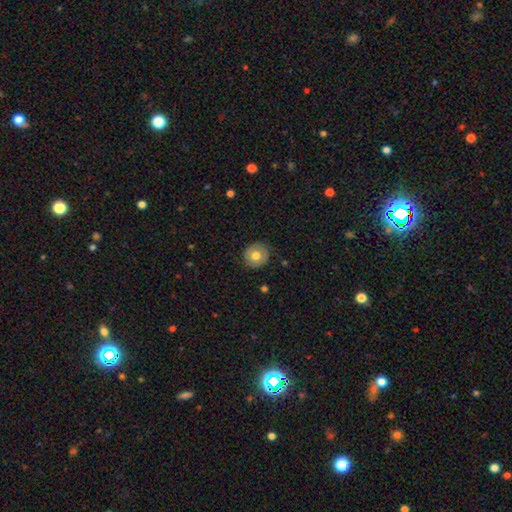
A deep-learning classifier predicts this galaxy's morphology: The model was most divided on "smooth or featured": smooth: 70%, featured or disk: 22%, star or artifact: 8%. More confident: how rounded — round (89%); merging — none (85%).